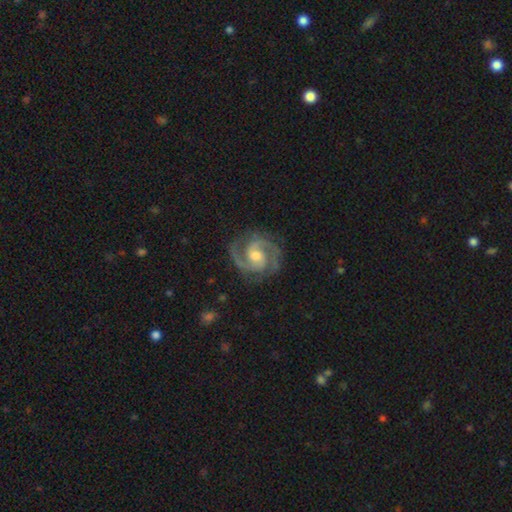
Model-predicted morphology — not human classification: This appears to be a featured or disk galaxy (93%) with no bar (45%), 2 (80%) medium (51%) spiral arms (98%) and a moderate central bulge (68%). Merging: none (82%).